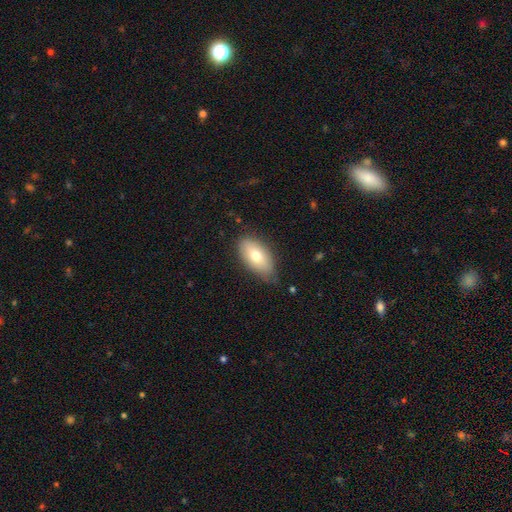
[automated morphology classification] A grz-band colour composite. It shows a smooth galaxy with no disk features (73%) that is in between round and cigar-shaped (92%). Merging: none (70%).